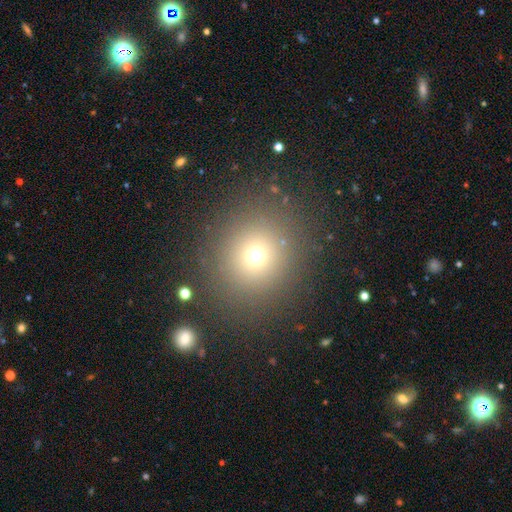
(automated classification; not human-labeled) Overall: smooth (68%). How rounded: round (90%). Merging: none (86%).